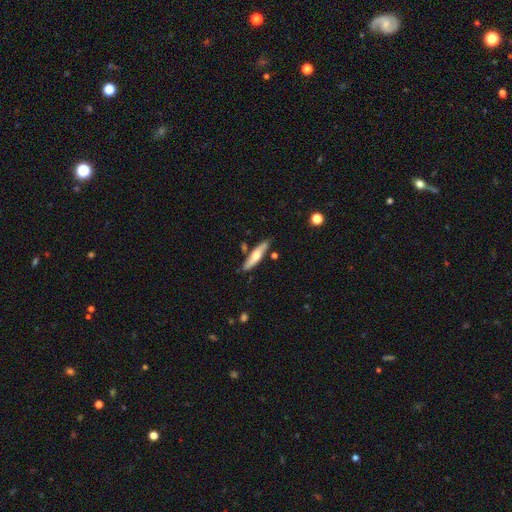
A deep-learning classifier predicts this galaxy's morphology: This appears to be a smooth galaxy with no disk features (54%) that is cigar-shaped (76%). Merging: none (80%).